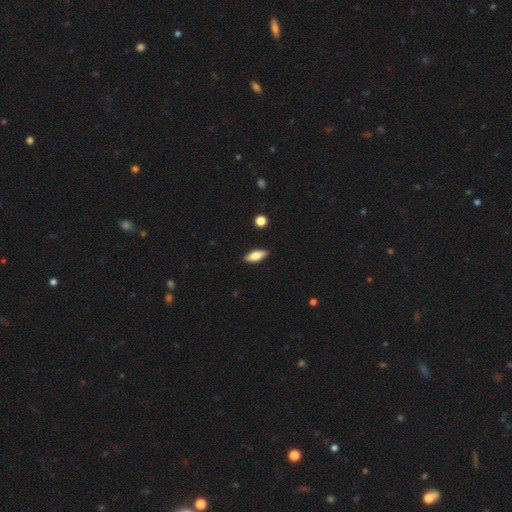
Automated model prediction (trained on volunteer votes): Smooth or featured?
  - smooth: 68% *
  - featured or disk: 25%
  - star or artifact: 7%
How rounded?
  - in between: 74% *
  - cigar-shaped: 23%
  - round: 3%
Merging?
  - none: 89% *
  - minor disturbance: 8%
  - major disturbance: 2%
  - merger: 1%